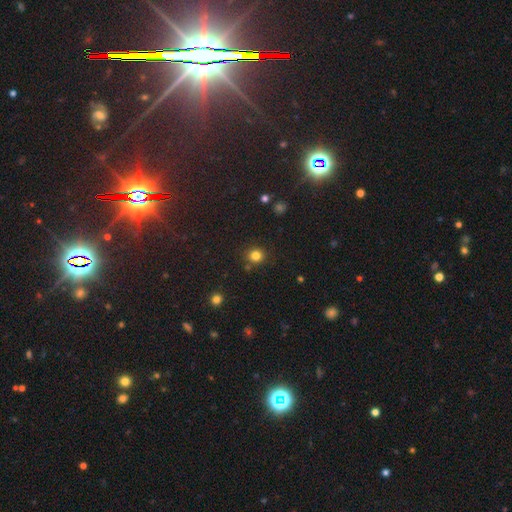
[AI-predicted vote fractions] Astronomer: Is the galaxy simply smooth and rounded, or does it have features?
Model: smooth — 81%.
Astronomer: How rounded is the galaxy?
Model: round — 90%.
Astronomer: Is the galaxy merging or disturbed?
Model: none — 85%.